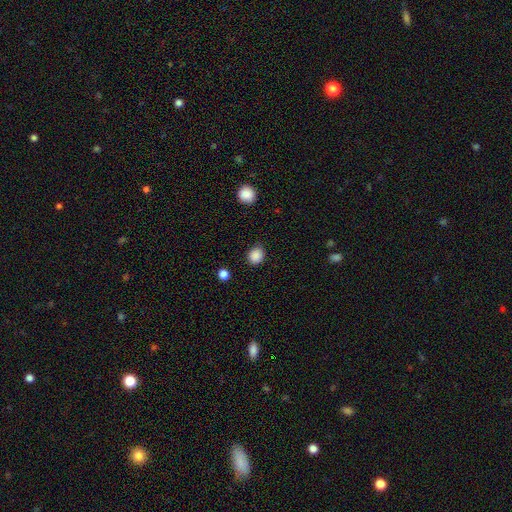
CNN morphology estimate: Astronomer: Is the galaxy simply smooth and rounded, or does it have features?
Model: smooth — 87%.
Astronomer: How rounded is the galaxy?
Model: round — 66%.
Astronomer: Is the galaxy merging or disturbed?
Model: none — 82%.